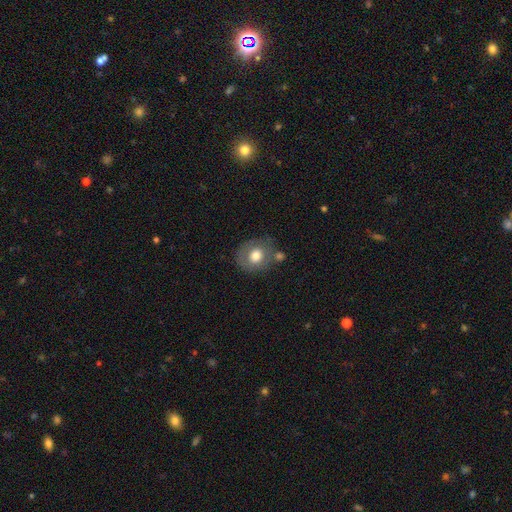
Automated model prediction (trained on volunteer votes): smooth_or_featured: smooth (p=0.67) [alt: featured or disk p=0.25]
how_rounded: round (p=0.73) [alt: in between p=0.26]
merging: none (p=0.61) [alt: minor disturbance p=0.18]